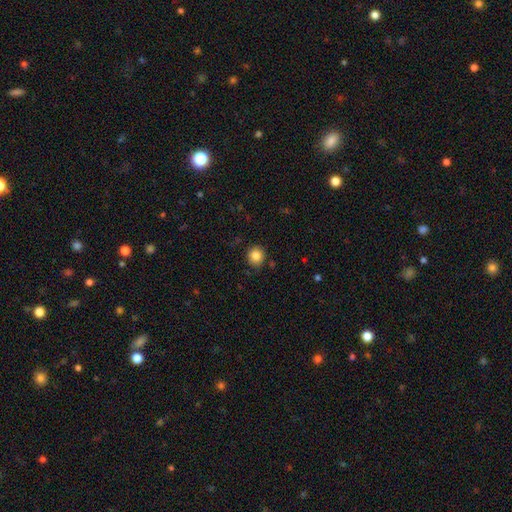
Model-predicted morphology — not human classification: A smooth galaxy with no disk features (84%) that is round (88%). Merging: none (86%).